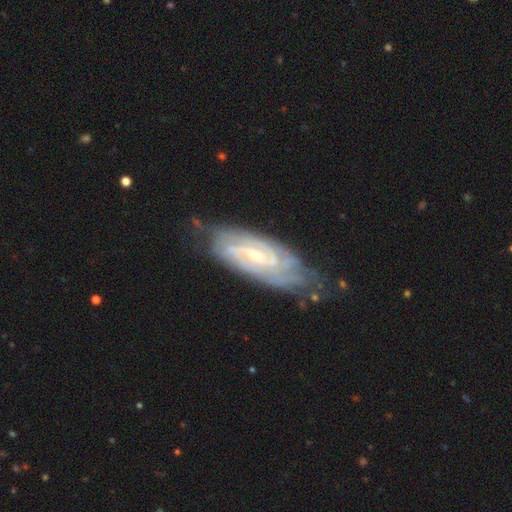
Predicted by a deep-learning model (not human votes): Morphology: type=featured or disk (86%); edge-on=no (91%); bar=weak (47%); spiral arms=yes (96%); winding=tight (67%); arm count=2 (33%); bulge=small (64%); merging=none (69%).